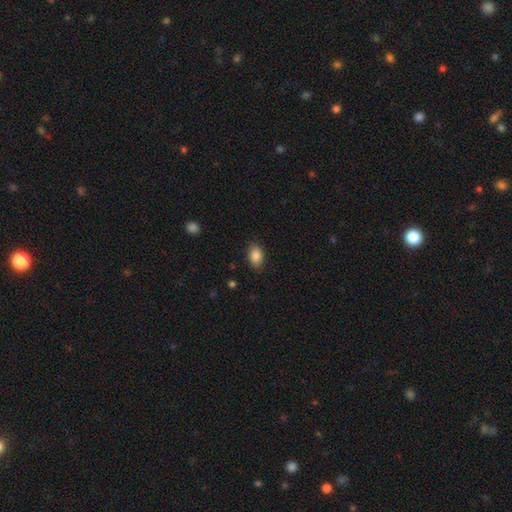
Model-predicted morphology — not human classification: This is clearly a smooth galaxy (87%). How rounded: clearly in between (86%). Merging: clearly none (85%).